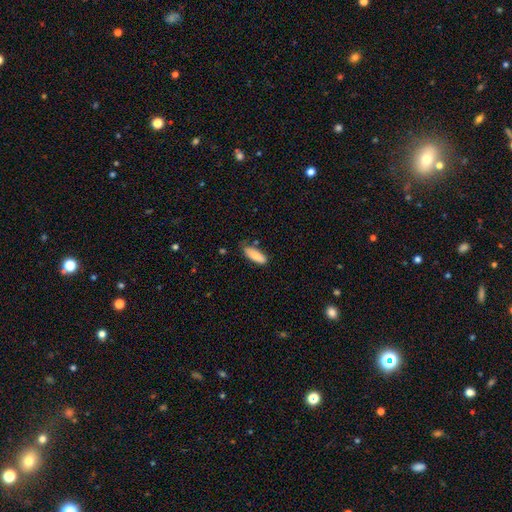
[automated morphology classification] Smooth or featured?
  - smooth: 84% *
  - featured or disk: 10%
  - star or artifact: 6%
How rounded?
  - in between: 60% *
  - cigar-shaped: 38%
  - round: 2%
Merging?
  - none: 73% *
  - minor disturbance: 21%
  - major disturbance: 3%
  - merger: 3%